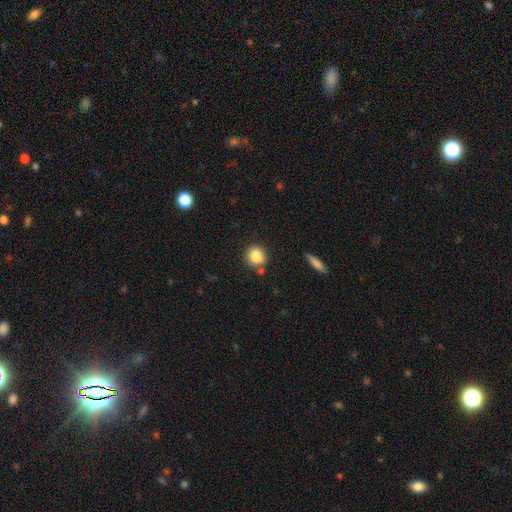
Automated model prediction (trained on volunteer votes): A smooth galaxy with no disk features (85%) that is round (83%).

Vote fractions:
- Smooth or featured? smooth: 85% / star or artifact: 9% / featured or disk: 6%
- How rounded? round: 83% / in between: 15% / cigar-shaped: 1%
- Merging? none: 76% / minor disturbance: 13% / merger: 8% / major disturbance: 3%